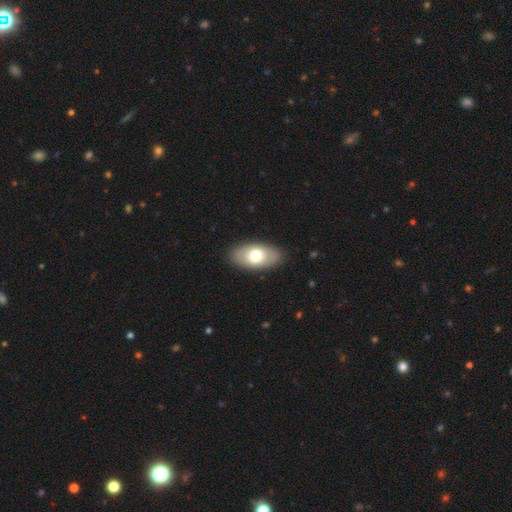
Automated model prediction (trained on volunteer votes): smooth 69%, featured or disk 26%, star or artifact 6%. Down the decision tree: how rounded — in between (93%); merging — none (87%).